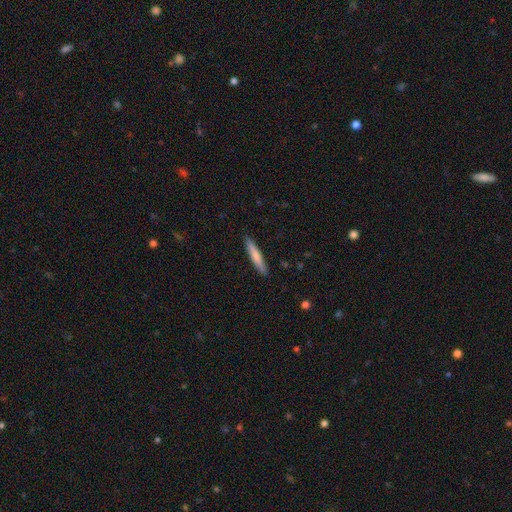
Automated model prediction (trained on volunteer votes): Smooth or featured: smooth — 74% (featured or disk — 21%)
How rounded: cigar-shaped — 93% (in between — 6%)
Merging: none — 90% (minor disturbance — 8%)